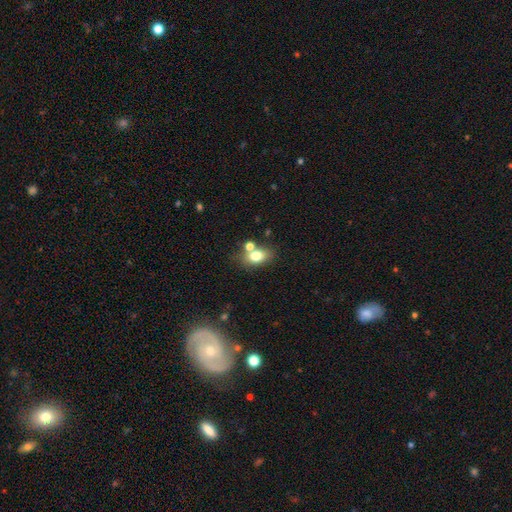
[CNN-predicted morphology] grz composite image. It shows a smooth galaxy with no disk features (75%) that is in between round and cigar-shaped (78%). Merging: none (60%).